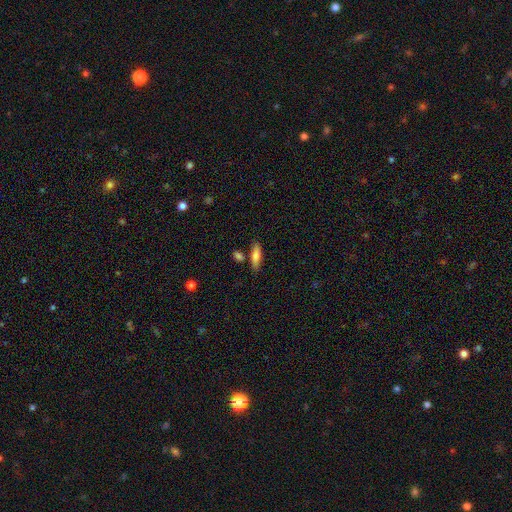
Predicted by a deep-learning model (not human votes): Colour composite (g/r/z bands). It shows a smooth galaxy with no disk features (74%) that is cigar-shaped (56%). Merging: none (76%).